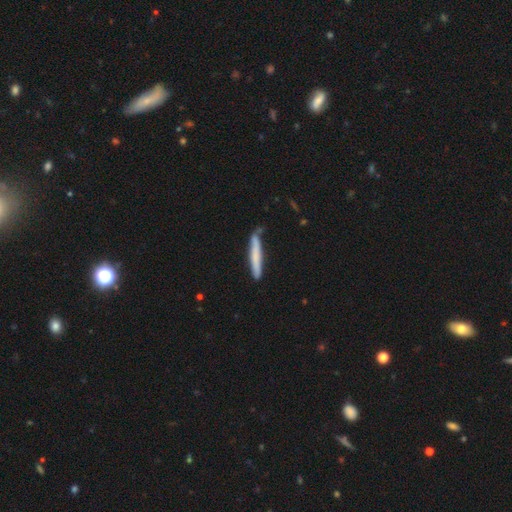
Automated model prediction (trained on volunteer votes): This appears to be a smooth galaxy with no disk features (68%) that is cigar-shaped (95%). Merging: none (77%).